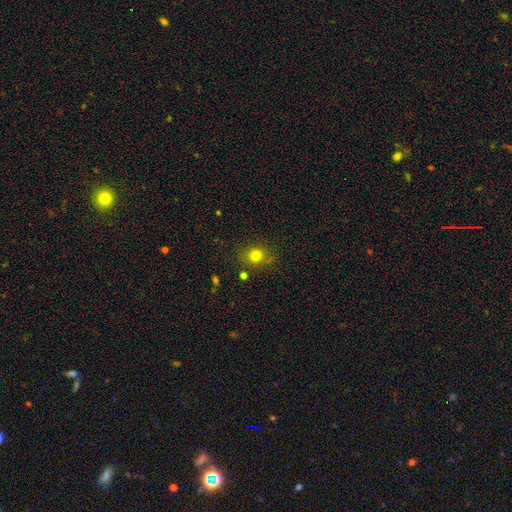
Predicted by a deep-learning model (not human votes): smooth 76%, star or artifact 15%, featured or disk 9%. Down the decision tree: how rounded — round (76%); merging — none (79%).